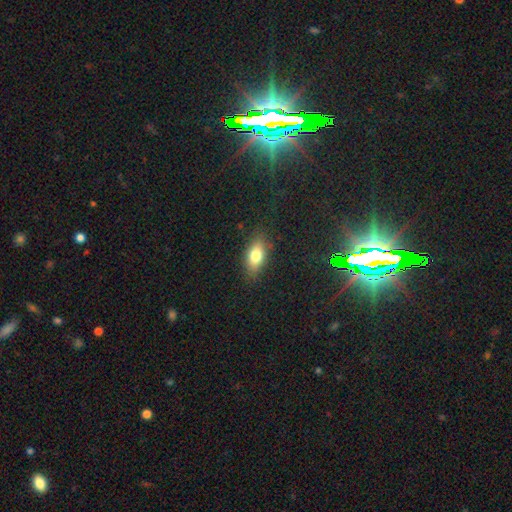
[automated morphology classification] This is likely a smooth galaxy (77%). How rounded: clearly in between (85%). Merging: clearly none (84%).